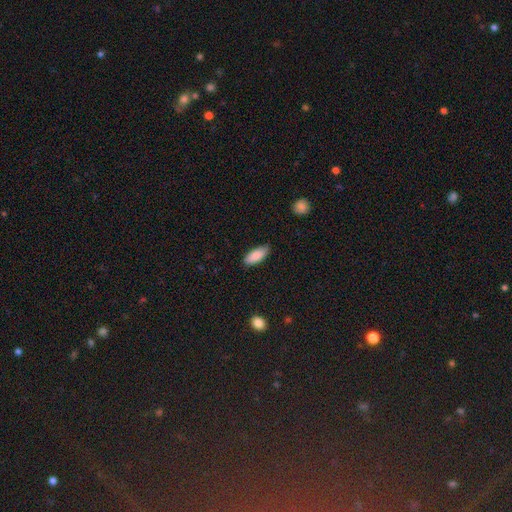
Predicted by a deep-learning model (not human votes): Overall: smooth (88%). How rounded: in between (81%). Merging: none (80%).